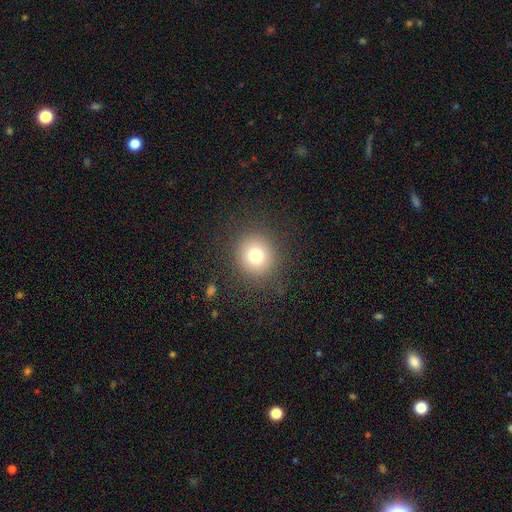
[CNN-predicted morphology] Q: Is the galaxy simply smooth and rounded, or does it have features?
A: smooth — 76%.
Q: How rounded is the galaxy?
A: round — 89%.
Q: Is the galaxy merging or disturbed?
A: none — 88%.